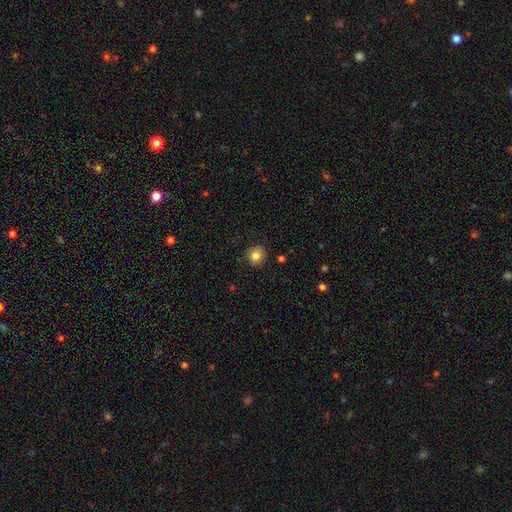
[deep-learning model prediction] A smooth galaxy with no disk features (84%) that is round (89%).

Vote fractions:
- Smooth or featured? smooth: 84% / star or artifact: 11% / featured or disk: 6%
- How rounded? round: 89% / in between: 10% / cigar-shaped: 1%
- Merging? none: 88% / minor disturbance: 9% / major disturbance: 2% / merger: 1%